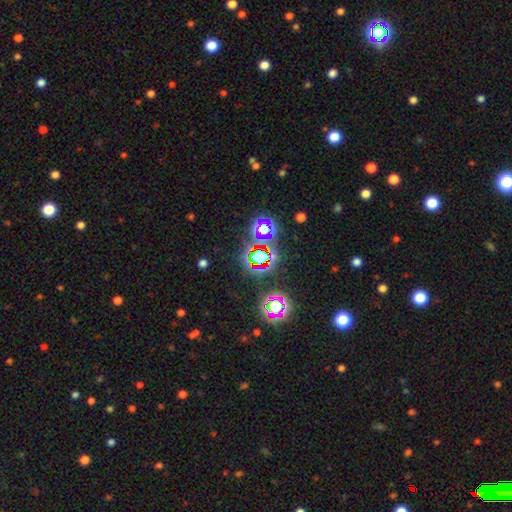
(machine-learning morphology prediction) star or artifact 73%, smooth 17%, featured or disk 10%.